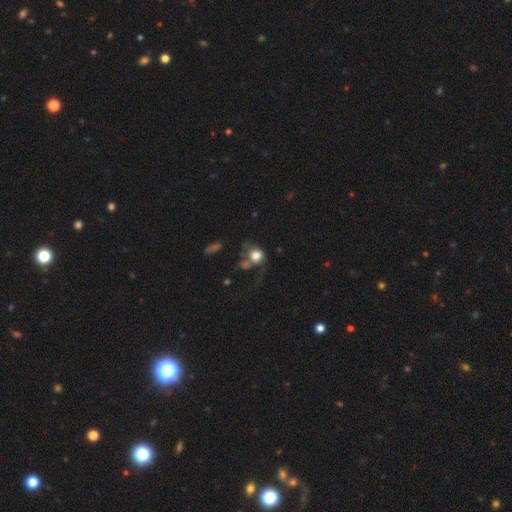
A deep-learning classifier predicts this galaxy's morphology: This appears to be a smooth galaxy with no disk features (70%) that is round (66%). Merging: major disturbance (38%).